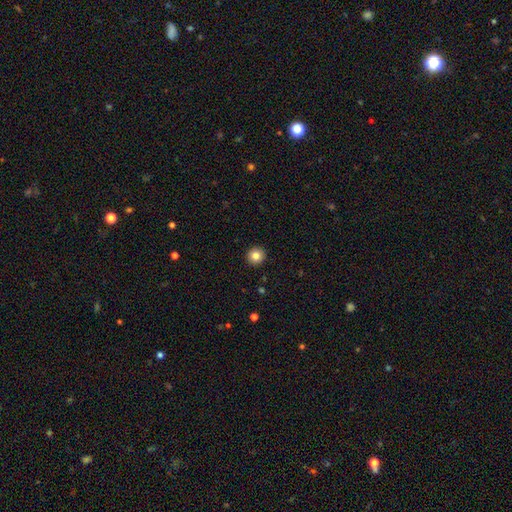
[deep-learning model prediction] Q: Smooth or featured?
A: smooth (84%); runner-up: star or artifact (10%)
Q: How rounded?
A: round (94%); runner-up: in between (5%)
Q: Merging?
A: none (93%); runner-up: minor disturbance (4%)